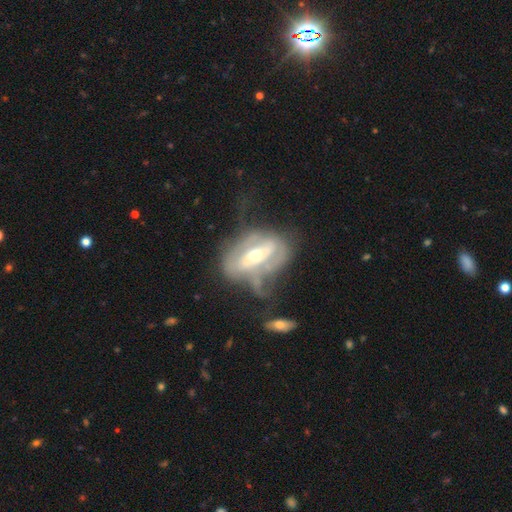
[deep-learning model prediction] A featured or disk galaxy (78%) with a strong bar (40%), spiral arms (68%) and a moderate central bulge (55%).

Vote fractions:
- Smooth or featured? featured or disk: 78% / smooth: 16% / star or artifact: 6%
- Edge-on disk? no: 92% / yes: 8%
- Bar? strong: 40% / weak: 32% / no: 28%
- Spiral arms? yes: 68% / no: 32%
- Bulge size? moderate: 55% / small: 41% / large: 3% / dominant: 1% / none: 1%
- Merging? none: 32% (tied) / major disturbance: 32% (tied) / minor disturbance: 22% / merger: 14%